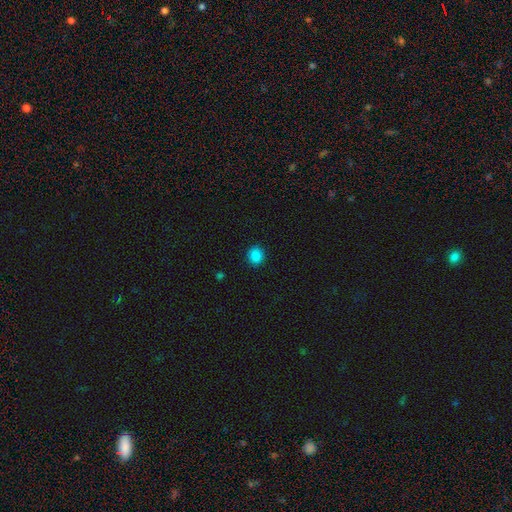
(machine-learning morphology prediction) type=smooth (86%); roundness=round (76%); merging=none (90%).